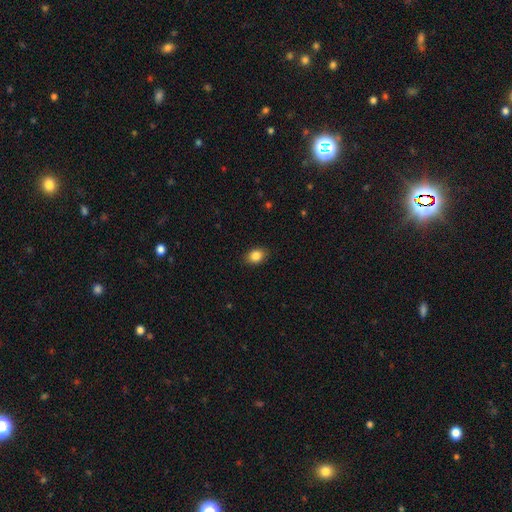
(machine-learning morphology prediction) A smooth galaxy with no disk features (86%) that is in between round and cigar-shaped (67%). Merging: none (88%).